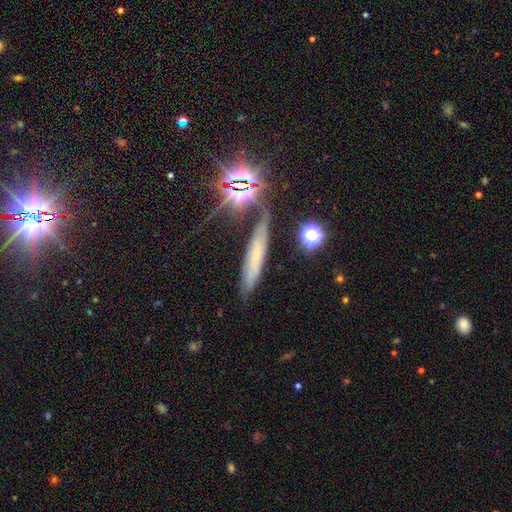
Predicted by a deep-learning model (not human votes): This is marginally a smooth galaxy (36%). Merging: likely none (78%).